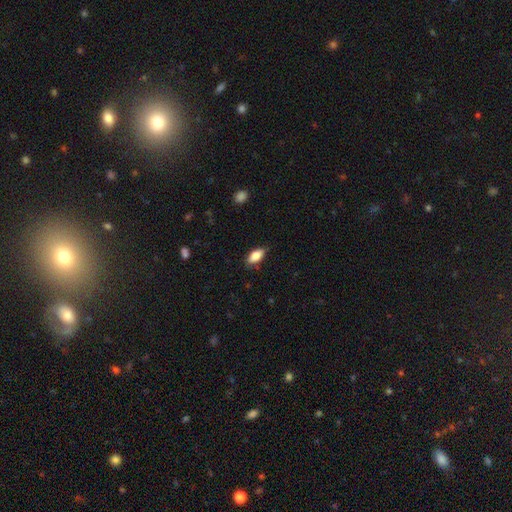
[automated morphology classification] Smooth or featured? smooth (83%)
How rounded? in between (89%)
Merging? none (82%)